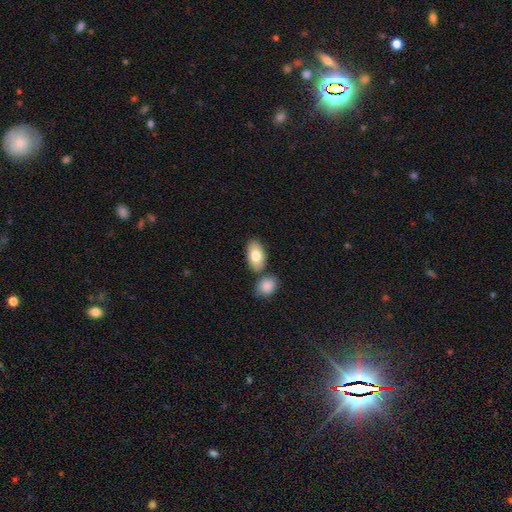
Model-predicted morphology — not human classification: This is likely a smooth galaxy (80%). How rounded: clearly in between (93%). Merging: likely none (69%).